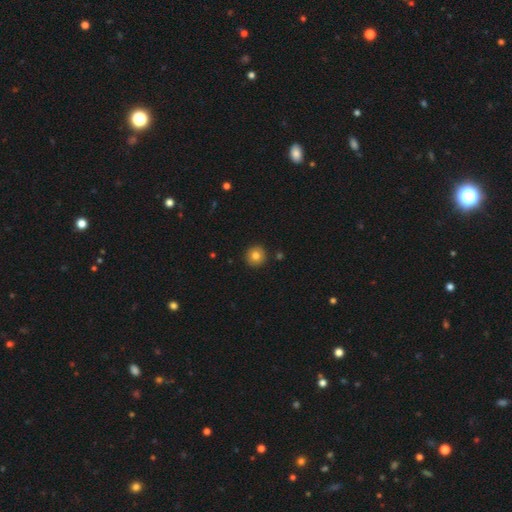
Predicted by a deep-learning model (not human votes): smooth-or-featured: smooth: 81% | star or artifact: 10% | featured or disk: 9%
  how-rounded: round: 94% | in between: 5% | cigar-shaped: 1%
  merging: none: 92% | minor disturbance: 5% | major disturbance: 1% | merger: 1%